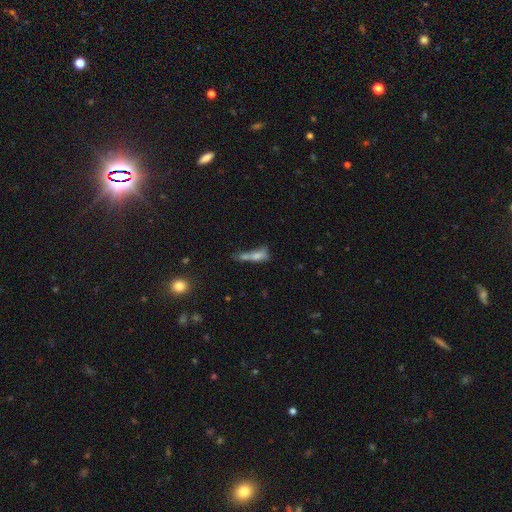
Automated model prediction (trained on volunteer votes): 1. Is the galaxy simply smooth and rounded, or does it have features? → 63% smooth, 24% featured or disk, 13% star or artifact.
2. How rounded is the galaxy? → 55% cigar-shaped, 40% in between, 5% round.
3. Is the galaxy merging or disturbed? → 40% merger, 25% none, 19% major disturbance, 17% minor disturbance.